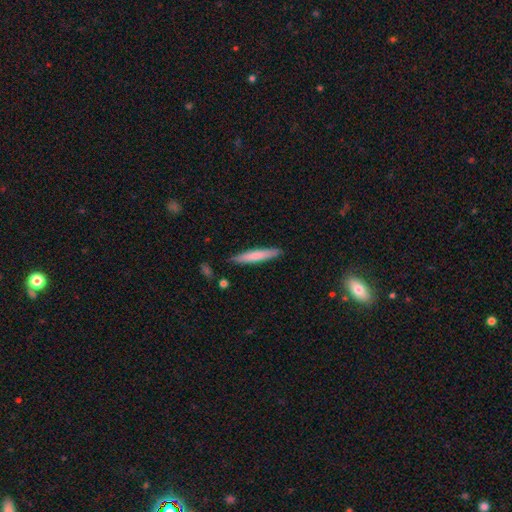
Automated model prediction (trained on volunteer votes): Morphology: type=smooth (74%); roundness=cigar-shaped (92%); merging=none (88%).